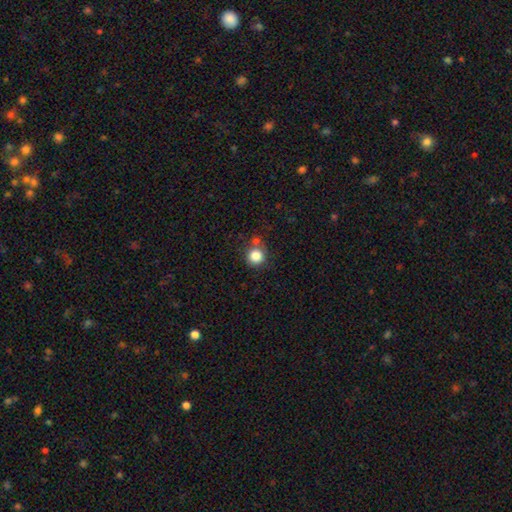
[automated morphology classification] Smooth or featured? Predicted: smooth (p=0.83). How rounded? Predicted: round (p=0.92). Merging? Predicted: none (p=0.70).